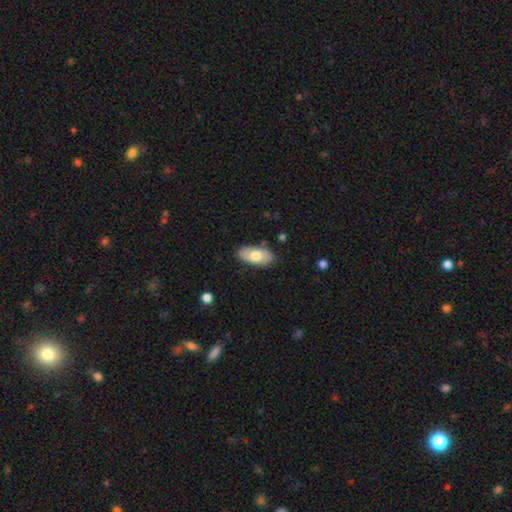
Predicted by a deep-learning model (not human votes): Smooth or featured? smooth (71%)
How rounded? in between (93%)
Merging? none (82%)